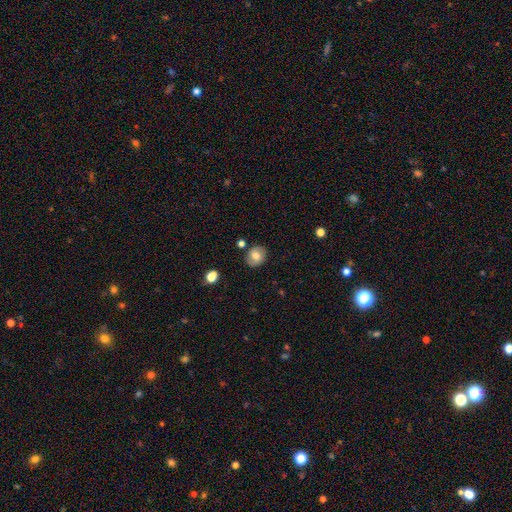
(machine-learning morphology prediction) A smooth galaxy with no disk features (71%) that is round (61%). Merging: none (83%).